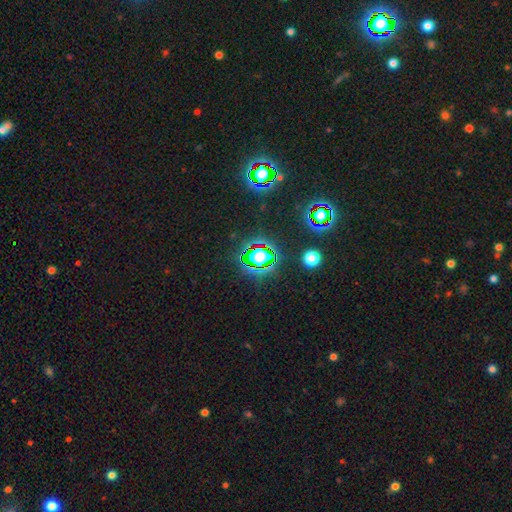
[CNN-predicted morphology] This is clearly a star or artifact rather than a galaxy (82%).